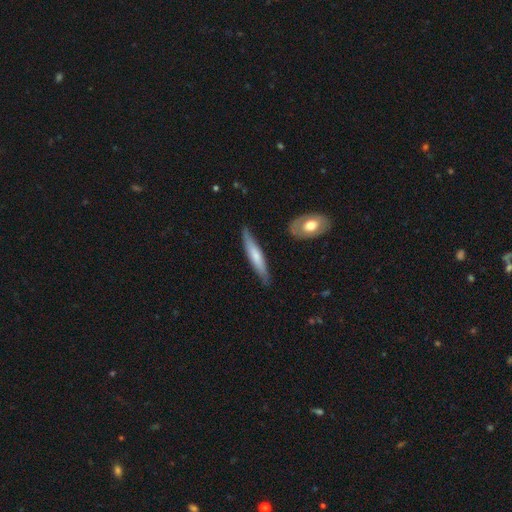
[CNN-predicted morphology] This is possibly a smooth galaxy (58%). How rounded: clearly cigar-shaped (87%). Merging: clearly none (81%).